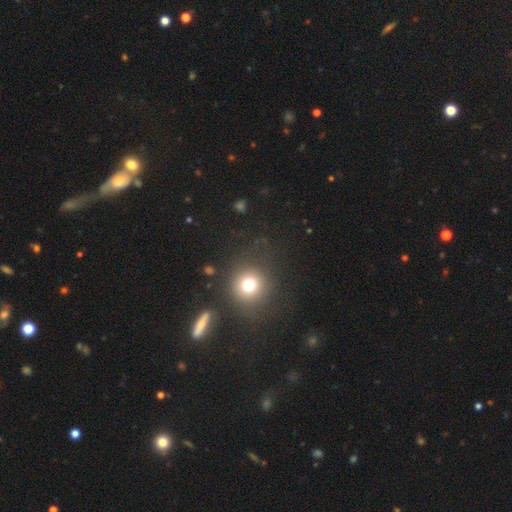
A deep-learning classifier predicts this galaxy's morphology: type=smooth (58%); roundness=round (86%); merging=none (82%).